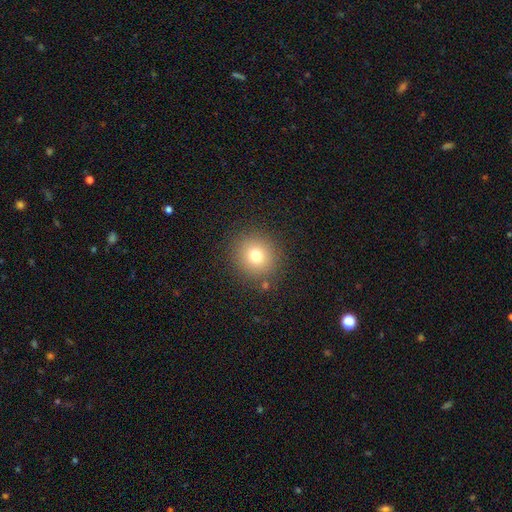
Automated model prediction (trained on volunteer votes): Morphology: type=smooth (75%); roundness=round (92%); merging=none (87%).